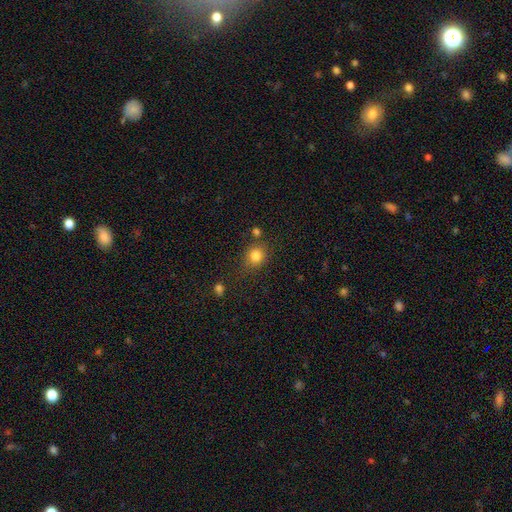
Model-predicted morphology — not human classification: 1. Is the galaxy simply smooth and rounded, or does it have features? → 82% smooth, 12% star or artifact, 6% featured or disk.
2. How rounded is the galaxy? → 78% round, 21% in between, 1% cigar-shaped.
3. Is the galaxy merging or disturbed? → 73% none, 14% minor disturbance, 8% merger, 5% major disturbance.